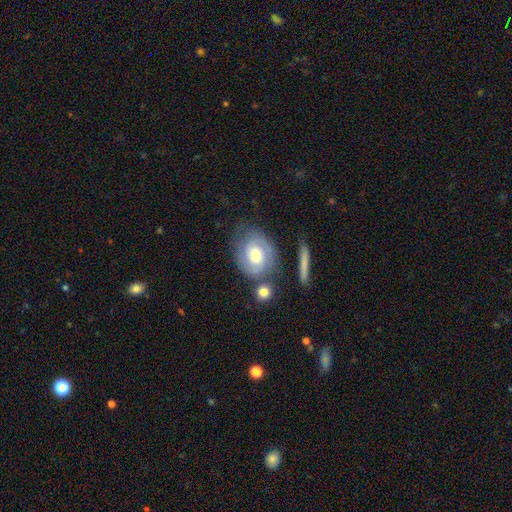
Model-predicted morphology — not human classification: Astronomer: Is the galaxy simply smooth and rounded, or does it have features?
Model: featured or disk — 74%.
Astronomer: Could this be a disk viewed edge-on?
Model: no — 96%.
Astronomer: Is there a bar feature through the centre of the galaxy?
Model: no — 65%.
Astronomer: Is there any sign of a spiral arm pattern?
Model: yes — 94%.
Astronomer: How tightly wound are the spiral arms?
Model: tight — 58% (runner-up: medium, 34%).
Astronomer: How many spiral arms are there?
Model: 2 — 78%.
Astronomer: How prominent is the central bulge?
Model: moderate — 51% (runner-up: large, 28%).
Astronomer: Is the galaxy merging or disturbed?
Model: none — 64%.